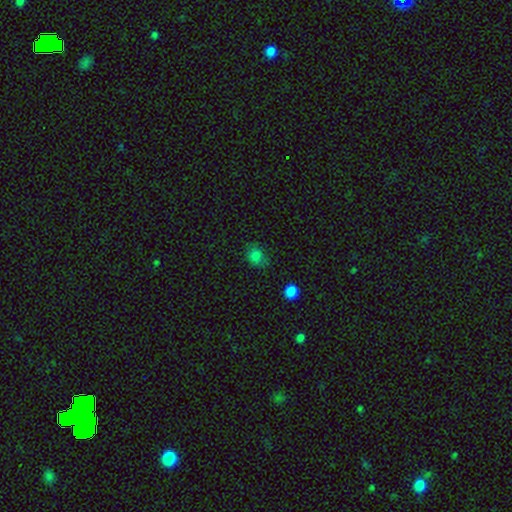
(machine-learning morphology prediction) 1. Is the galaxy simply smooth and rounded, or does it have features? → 80% smooth, 14% star or artifact, 6% featured or disk.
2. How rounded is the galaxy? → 63% round, 36% in between, 1% cigar-shaped.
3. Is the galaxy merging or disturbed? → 70% none, 22% minor disturbance, 6% major disturbance, 2% merger.